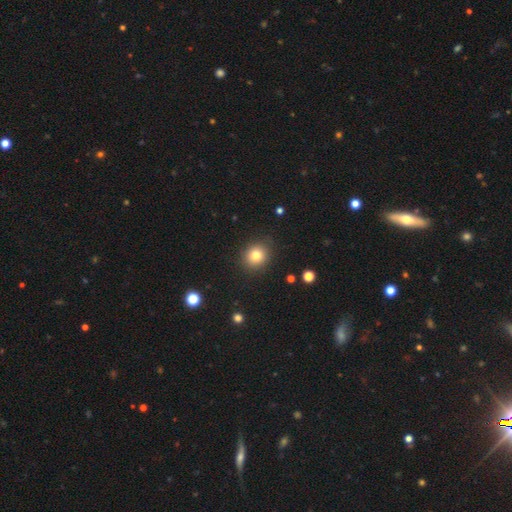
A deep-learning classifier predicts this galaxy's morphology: This appears to be a smooth galaxy with no disk features (80%) that is round (82%). Merging: none (89%).